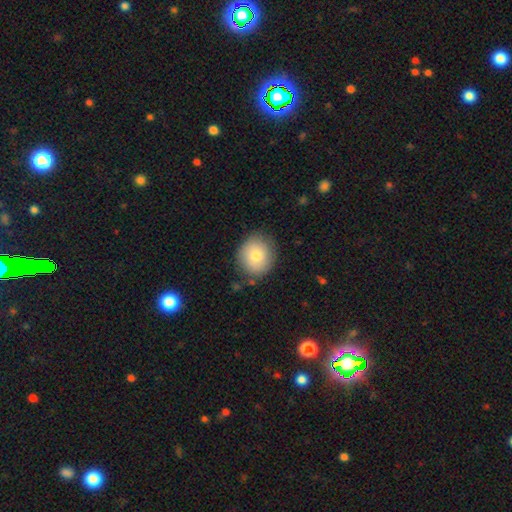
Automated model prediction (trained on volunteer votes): Smooth or featured: smooth — 78% (featured or disk — 13%)
How rounded: round — 81% (in between — 18%)
Merging: none — 83% (minor disturbance — 12%)